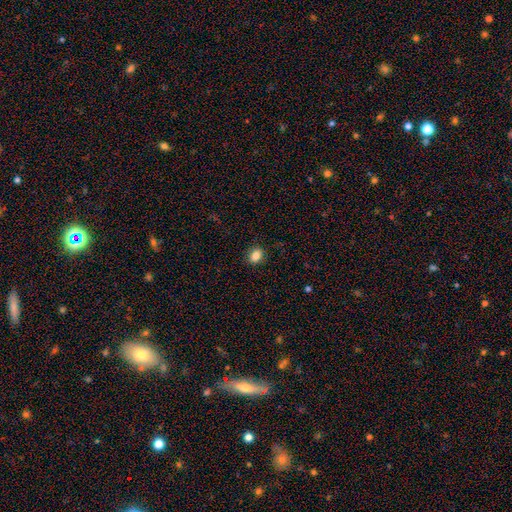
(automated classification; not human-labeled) This appears to be a smooth galaxy with no disk features (85%) that is in between round and cigar-shaped (57%). Merging: none (88%).